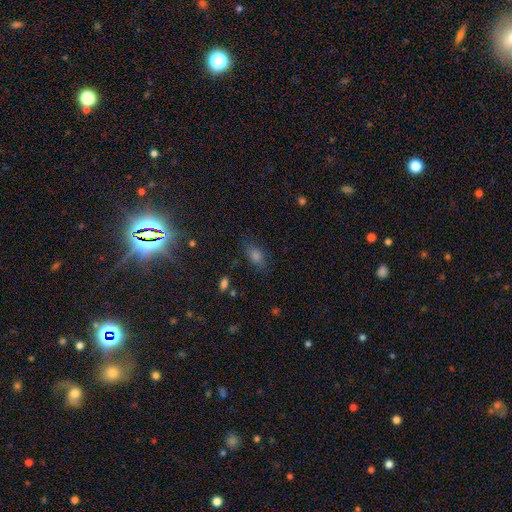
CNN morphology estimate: A smooth galaxy with no disk features (56%) that is in between round and cigar-shaped (81%).

Vote fractions:
- Smooth or featured? smooth: 56% / star or artifact: 33% / featured or disk: 11%
- How rounded? in between: 81% / round: 14% / cigar-shaped: 5%
- Merging? none: 79% / minor disturbance: 14% / major disturbance: 5% / merger: 2%